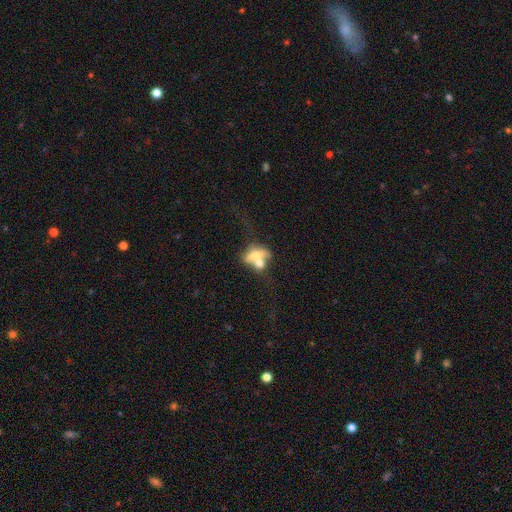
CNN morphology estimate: type=smooth (51%); roundness=in between (65%); merging=merger (62%).